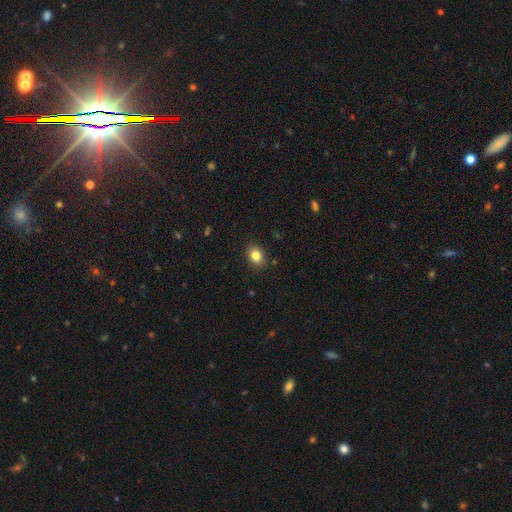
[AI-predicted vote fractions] Smooth or featured?
  - smooth: 83% *
  - star or artifact: 10%
  - featured or disk: 7%
How rounded?
  - in between: 59% *
  - round: 40%
  - cigar-shaped: 1%
Merging?
  - none: 89% *
  - minor disturbance: 8%
  - major disturbance: 2%
  - merger: 1%